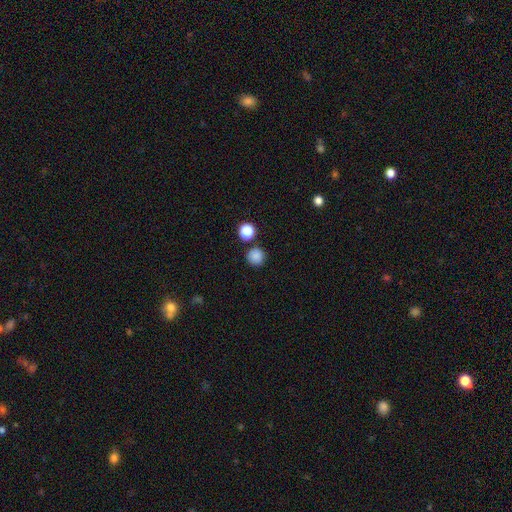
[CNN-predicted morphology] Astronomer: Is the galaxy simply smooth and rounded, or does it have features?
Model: smooth — 84%.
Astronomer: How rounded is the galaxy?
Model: round — 94%.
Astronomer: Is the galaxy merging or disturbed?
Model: none — 85%.